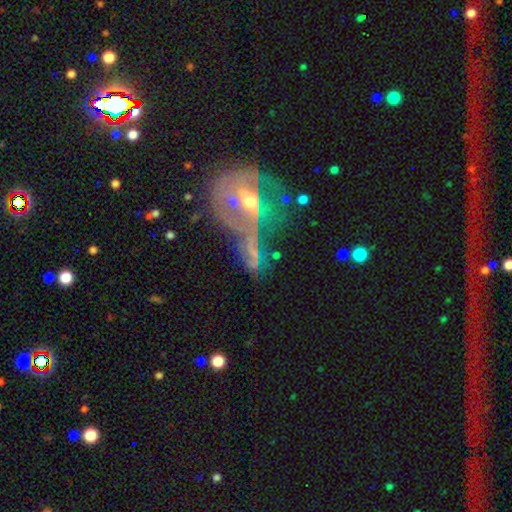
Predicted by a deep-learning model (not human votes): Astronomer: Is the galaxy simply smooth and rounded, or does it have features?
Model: featured or disk — 55%.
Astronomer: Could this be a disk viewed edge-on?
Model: no — 89%.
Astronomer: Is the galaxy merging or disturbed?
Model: merger — 38% (runner-up: major disturbance, 24%).